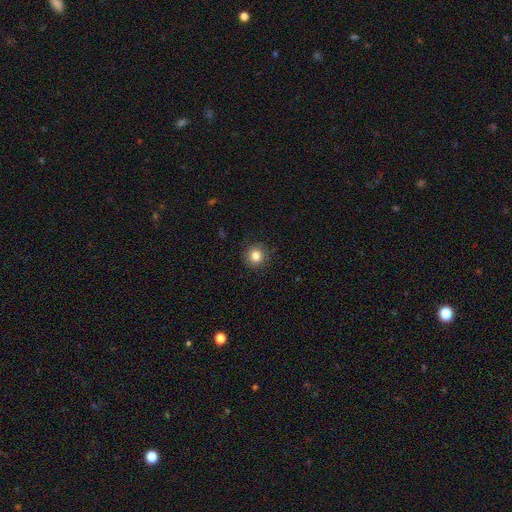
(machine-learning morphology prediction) This appears to be a smooth galaxy with no disk features (85%) that is round (91%). Merging: none (87%).